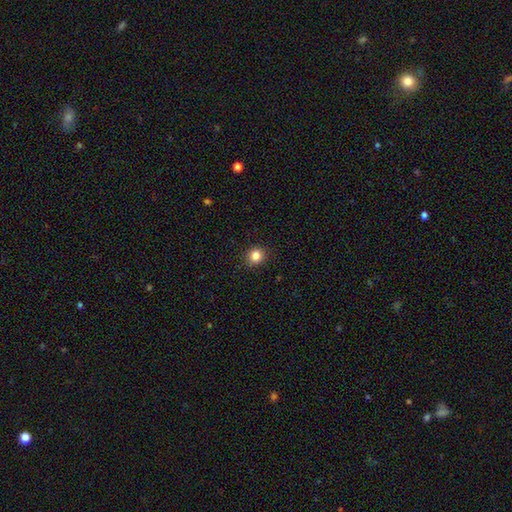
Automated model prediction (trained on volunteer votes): Smooth or featured? smooth (84%)
How rounded? round (84%)
Merging? none (90%)